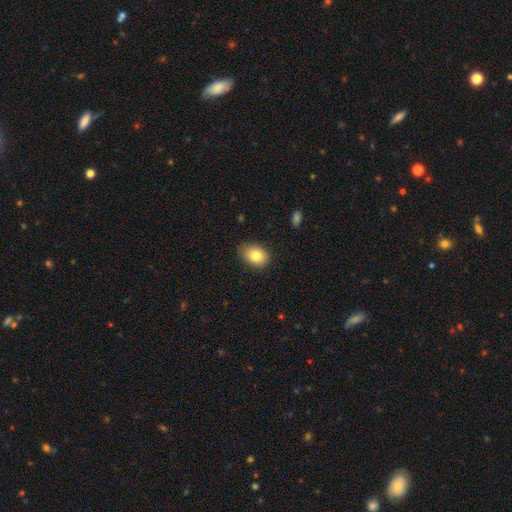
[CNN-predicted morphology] Q: Smooth or featured?
A: smooth (83%); runner-up: featured or disk (9%)
Q: How rounded?
A: in between (68%); runner-up: round (31%)
Q: Merging?
A: none (78%); runner-up: minor disturbance (18%)